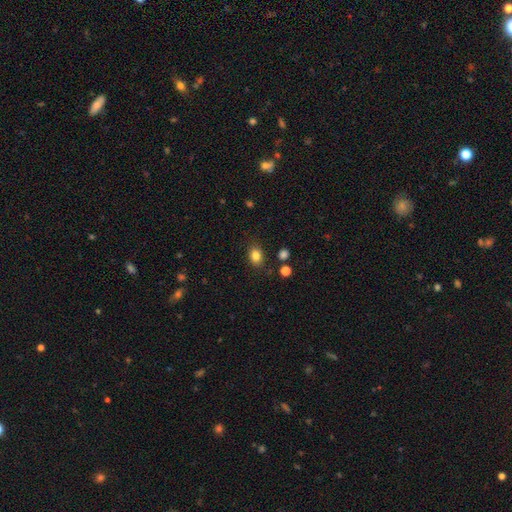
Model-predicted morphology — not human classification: smooth-or-featured: smooth: 83% | star or artifact: 11% | featured or disk: 6%
  how-rounded: in between: 61% | round: 38% | cigar-shaped: 1%
  merging: none: 84% | minor disturbance: 11% | major disturbance: 3% | merger: 2%